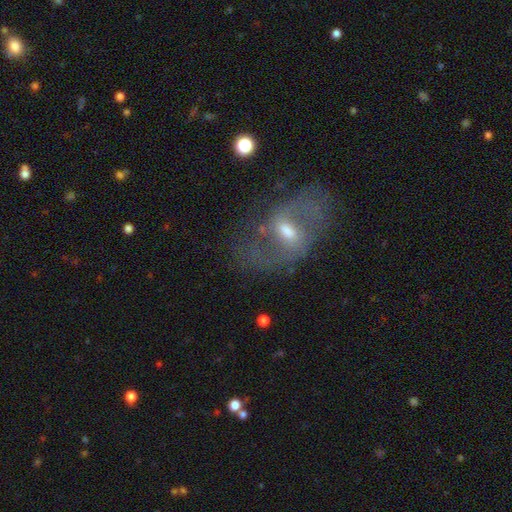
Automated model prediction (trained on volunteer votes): This is likely a featured or disk galaxy (74%). It is clearly not viewed edge-on (95%). Bar: possibly weak (55%). Spiral arm pattern: likely yes (80%). Spiral arm count: likely 2 (79%). Spiral winding: possibly loose (50%). Central bulge: possibly moderate (57%). Merging: likely none (65%).